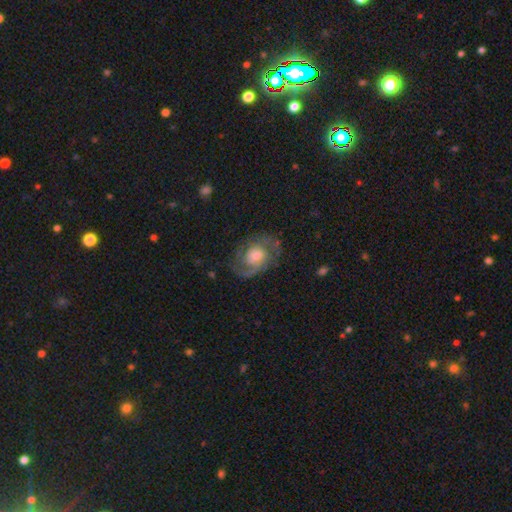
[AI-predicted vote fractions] Q: Smooth or featured?
A: featured or disk (80%); runner-up: smooth (13%)
Q: Edge-on disk?
A: no (97%); runner-up: yes (3%)
Q: Bar?
A: no (69%); runner-up: weak (27%)
Q: Spiral arms?
A: yes (93%); runner-up: no (7%)
Q: Spiral winding?
A: medium (47%); runner-up: tight (37%)
Q: Spiral arm count?
A: 2 (69%); runner-up: can't tell (12%)
Q: Bulge size?
A: moderate (54%); runner-up: small (24%)
Q: Merging?
A: none (72%); runner-up: minor disturbance (17%)